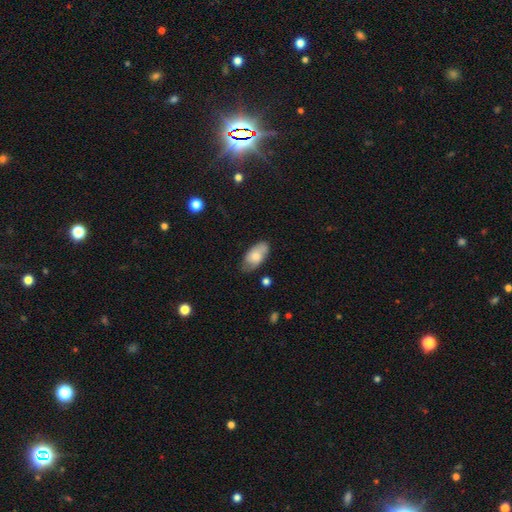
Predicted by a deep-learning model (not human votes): Overall: smooth (72%). How rounded: in between (93%). Merging: none (67%).